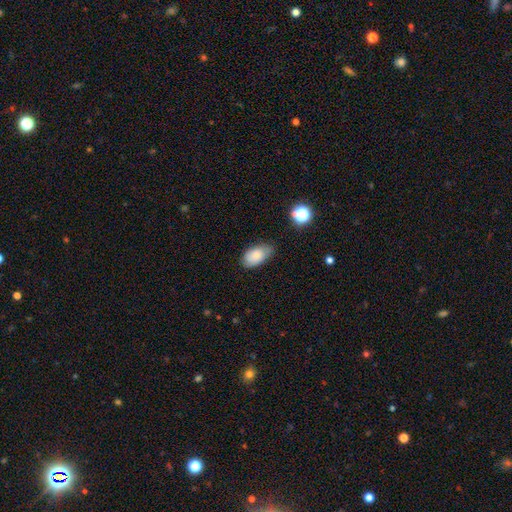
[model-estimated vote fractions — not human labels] This appears to be a smooth galaxy with no disk features (79%) that is in between round and cigar-shaped (93%). Merging: none (68%).